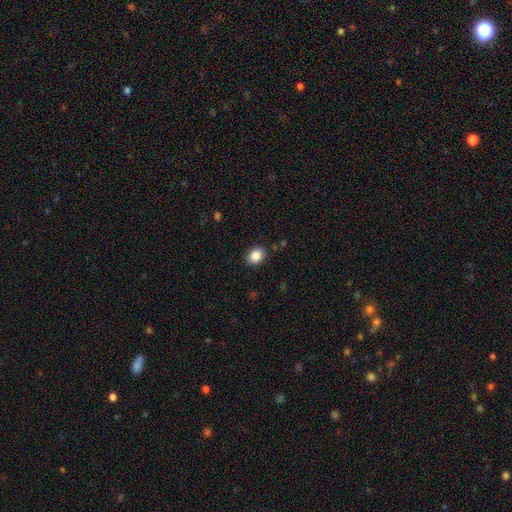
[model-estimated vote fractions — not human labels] The model was most divided on "how rounded": in between: 58%, round: 41%, cigar-shaped: 1%. More confident: merging — none (88%); smooth or featured — smooth (86%).